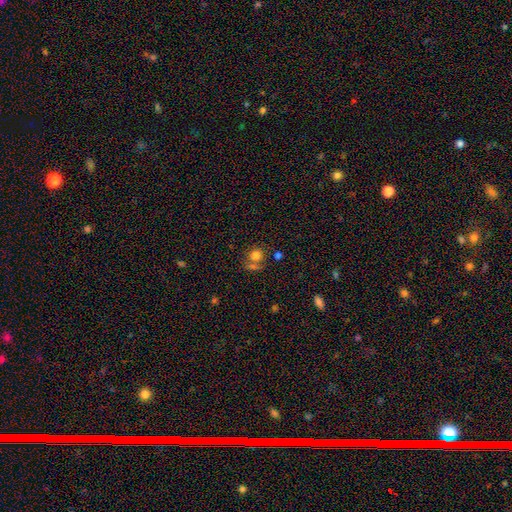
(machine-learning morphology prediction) smooth 77%, star or artifact 14%, featured or disk 9%. Down the decision tree: how rounded — round (86%); merging — none (58%).